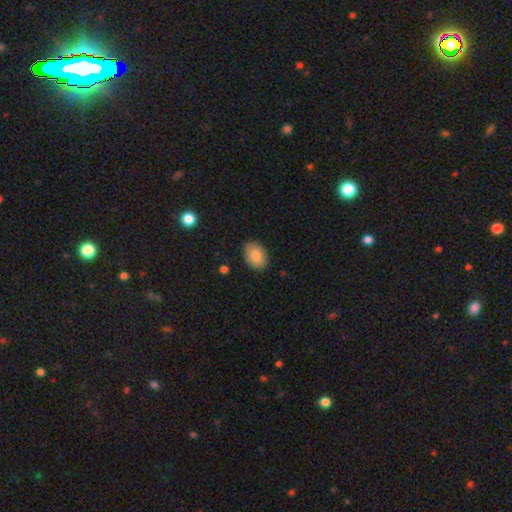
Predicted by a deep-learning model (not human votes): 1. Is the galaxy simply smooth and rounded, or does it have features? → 84% smooth, 9% featured or disk, 7% star or artifact.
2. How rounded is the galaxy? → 83% in between, 16% round, 1% cigar-shaped.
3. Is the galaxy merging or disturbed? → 85% none, 12% minor disturbance, 2% major disturbance, 1% merger.